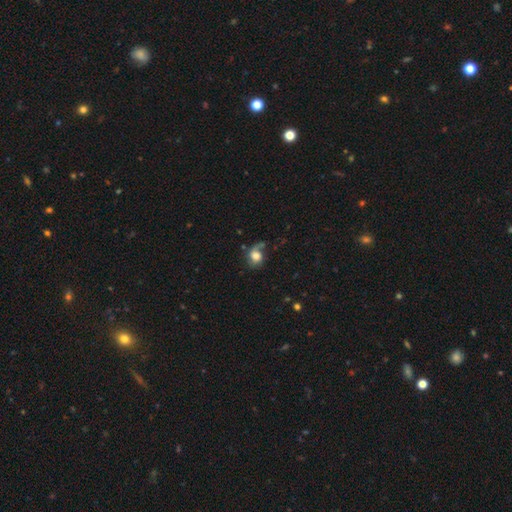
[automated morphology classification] smooth_or_featured: smooth (p=0.63) [alt: featured or disk p=0.27]
how_rounded: round (p=0.56) [alt: in between p=0.43]
merging: none (p=0.44) [alt: minor disturbance p=0.27]